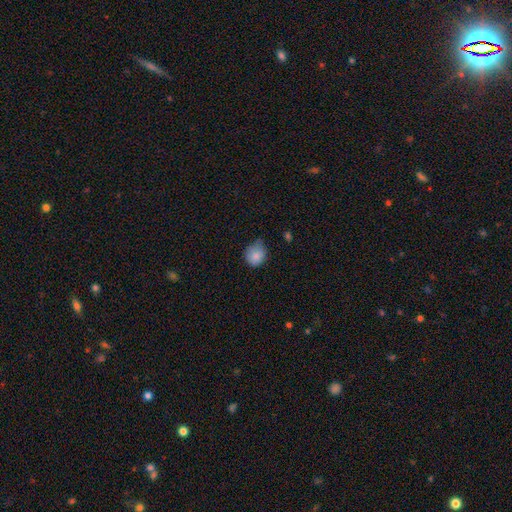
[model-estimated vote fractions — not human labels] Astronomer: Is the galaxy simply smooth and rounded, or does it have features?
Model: smooth — 85%.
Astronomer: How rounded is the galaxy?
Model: round — 66%.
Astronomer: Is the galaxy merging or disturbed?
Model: none — 48% (runner-up: minor disturbance, 42%).